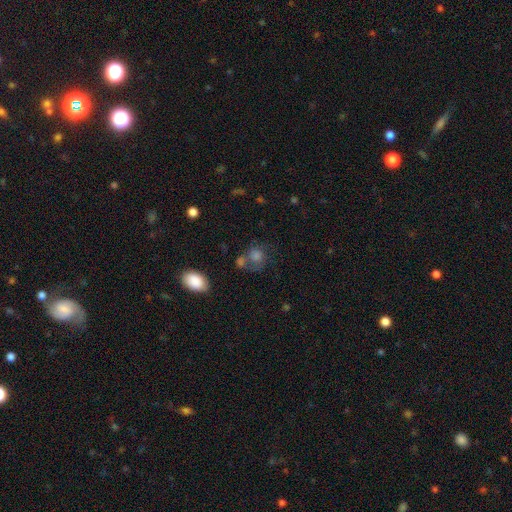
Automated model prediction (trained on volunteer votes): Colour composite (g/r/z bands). It shows a smooth galaxy with no disk features (56%) that is round (68%). Merging: none (46%).